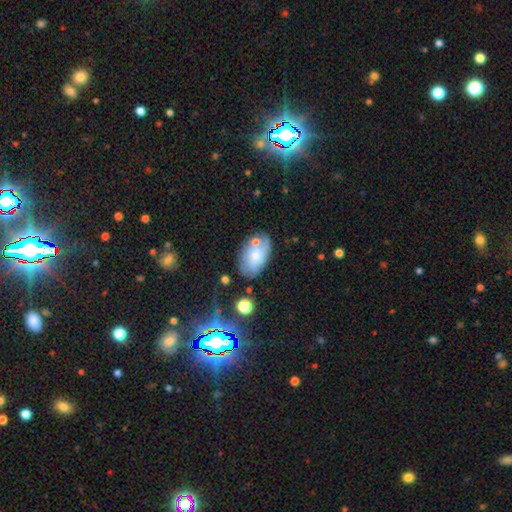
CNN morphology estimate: A smooth galaxy with no disk features (60%) that is in between round and cigar-shaped (91%). Merging: none (62%).